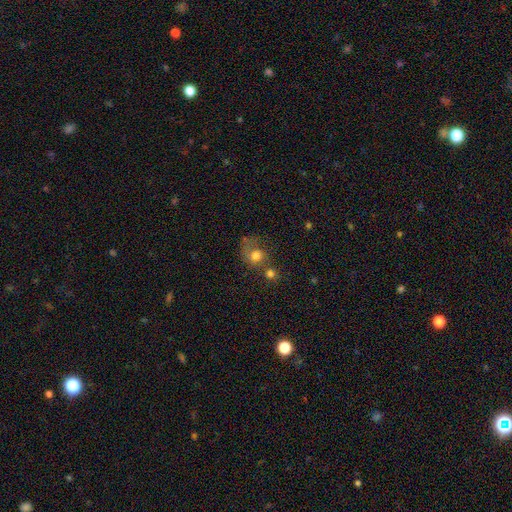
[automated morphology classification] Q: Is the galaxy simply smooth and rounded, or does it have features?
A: smooth — 66%.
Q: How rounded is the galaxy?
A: round — 74%.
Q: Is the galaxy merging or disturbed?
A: merger — 33%.